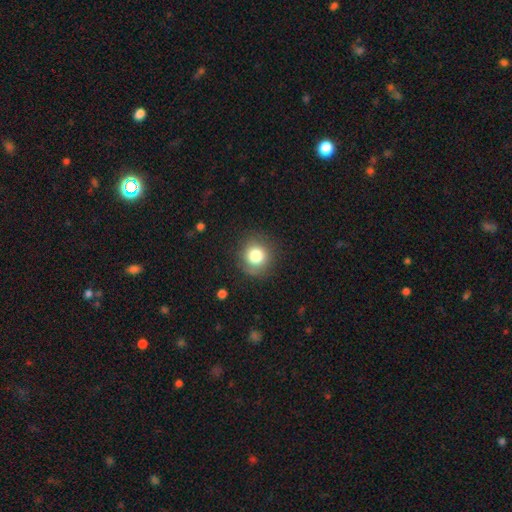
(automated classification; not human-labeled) smooth_or_featured: smooth (p=0.81) [alt: star or artifact p=0.11]
how_rounded: round (p=0.90) [alt: in between p=0.09]
merging: none (p=0.85) [alt: minor disturbance p=0.10]